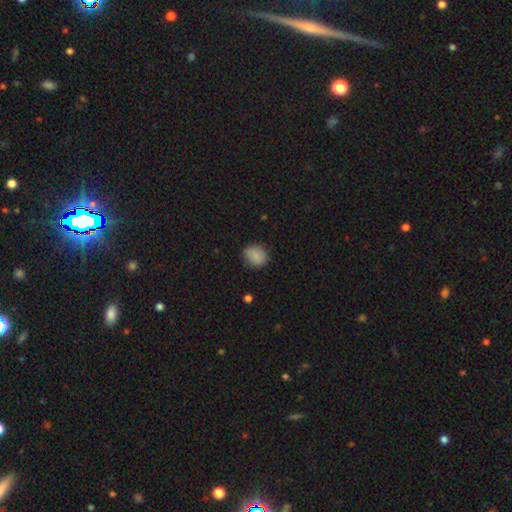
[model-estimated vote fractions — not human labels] Overall: smooth (85%). How rounded: round (58%; in between 41%). Merging: none (79%).